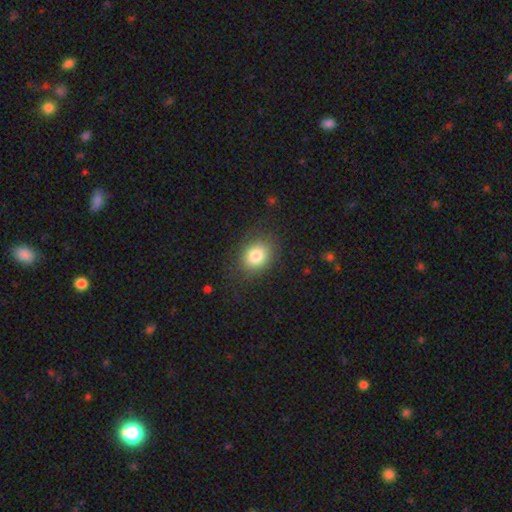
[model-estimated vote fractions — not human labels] smooth 81%, star or artifact 10%, featured or disk 9%. Down the decision tree: how rounded — round (55%); merging — none (81%).